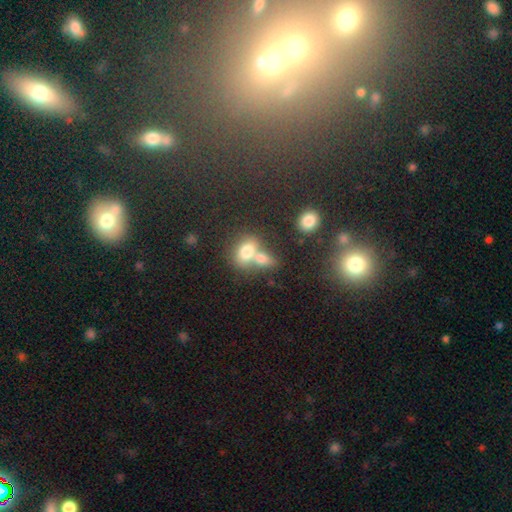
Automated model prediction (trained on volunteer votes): This appears to be a smooth galaxy with no disk features (72%) that is in between round and cigar-shaped (74%). Merging: merger (56%).